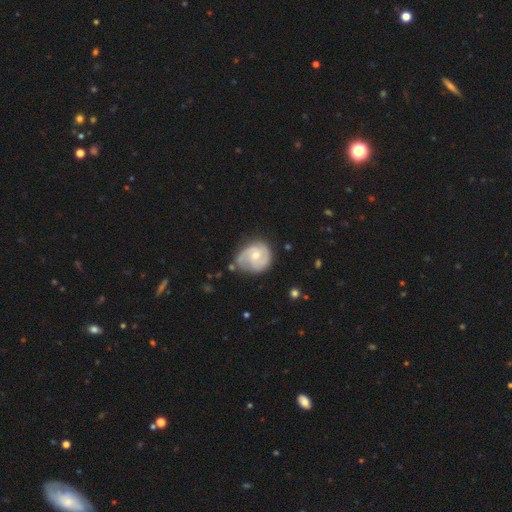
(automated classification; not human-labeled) A featured or disk galaxy (76%) with no bar (63%), 2 (64%) tight (46%) spiral arms (93%) and a moderate central bulge (51%).

Vote fractions:
- Smooth or featured? featured or disk: 76% / smooth: 19% / star or artifact: 5%
- Edge-on disk? no: 98% / yes: 2%
- Bar? no: 63% / weak: 33% / strong: 5%
- Spiral arms? yes: 93% / no: 7%
- Spiral winding? tight: 46% / medium: 41% / loose: 14%
- Spiral arm count? 2: 64% / can't tell: 14% / 3: 11% / 1: 7% / 4: 2% / more than 4: 2%
- Bulge size? moderate: 51% / small: 45% / large: 2% / none: 1% / dominant: 1%
- Merging? none: 60% / minor disturbance: 27% / major disturbance: 9% / merger: 3%